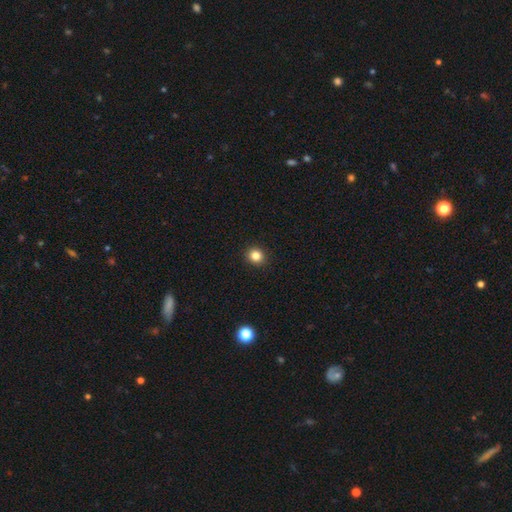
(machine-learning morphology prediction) smooth 83%, star or artifact 12%, featured or disk 5%. Down the decision tree: how rounded — round (87%); merging — none (92%).